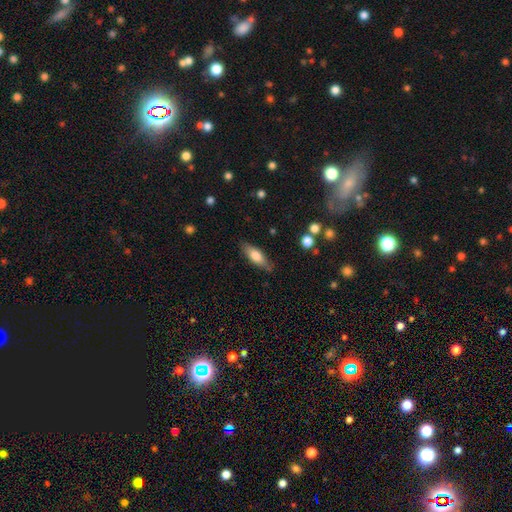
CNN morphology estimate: The model was most divided on "how rounded": in between: 60%, cigar-shaped: 37%, round: 3%. More confident: merging — none (79%); smooth or featured — smooth (66%).